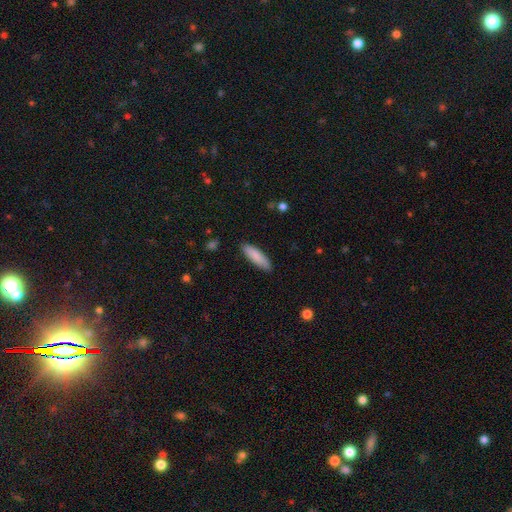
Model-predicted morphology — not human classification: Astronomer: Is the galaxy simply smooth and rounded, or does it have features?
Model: smooth — 87%.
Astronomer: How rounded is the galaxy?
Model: cigar-shaped — 56% (runner-up: in between, 43%).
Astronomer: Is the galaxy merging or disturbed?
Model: none — 87%.